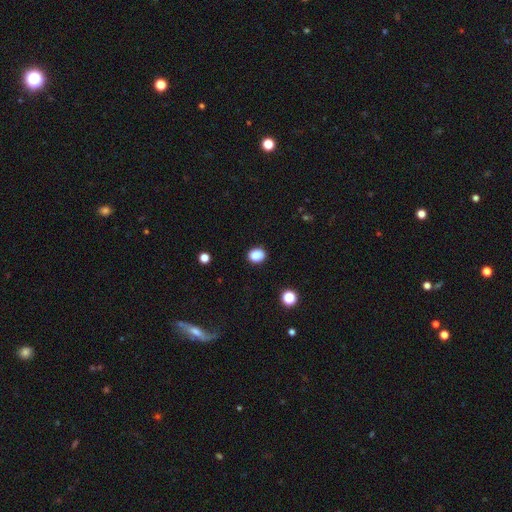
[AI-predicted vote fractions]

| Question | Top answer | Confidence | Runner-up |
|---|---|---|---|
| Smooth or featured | smooth | 87% | star or artifact (10%) |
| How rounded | in between | 52% | round (47%) |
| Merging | none | 91% | minor disturbance (7%) |